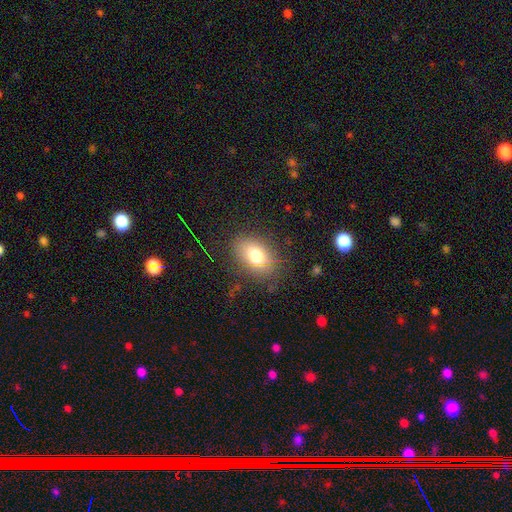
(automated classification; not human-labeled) Morphology: type=smooth (73%); roundness=in between (76%); merging=none (79%).